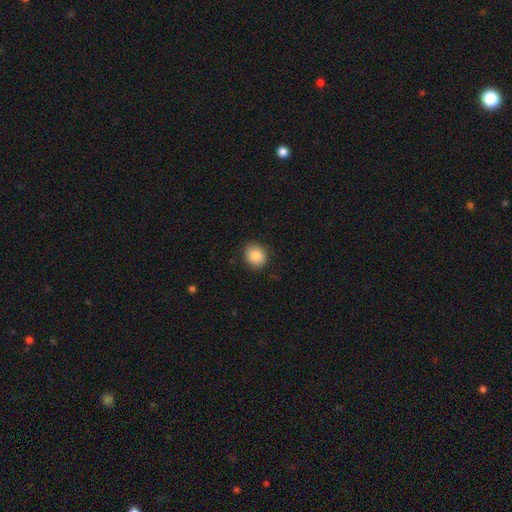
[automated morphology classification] Smooth or featured? smooth (87%)
How rounded? round (69%)
Merging? none (88%)